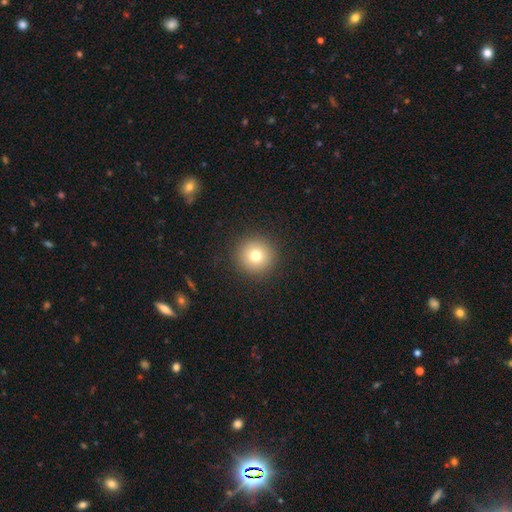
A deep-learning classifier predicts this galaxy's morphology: A smooth galaxy with no disk features (77%) that is round (96%). Merging: none (92%).